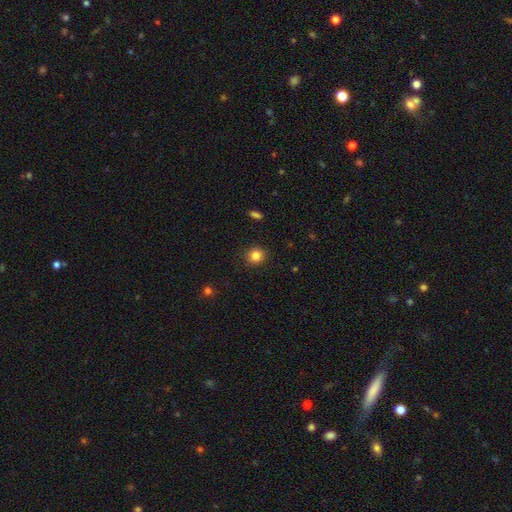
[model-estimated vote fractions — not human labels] Smooth or featured? Predicted: smooth (p=0.84). How rounded? Predicted: round (p=0.85). Merging? Predicted: none (p=0.90).